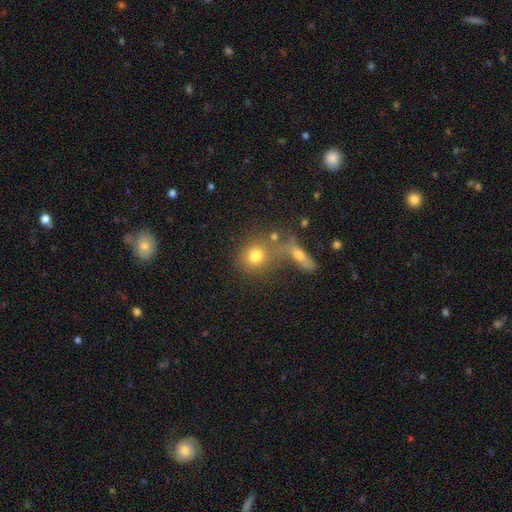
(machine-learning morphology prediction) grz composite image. It shows a smooth galaxy with no disk features (74%) that is round (75%). Merging: none (47%).